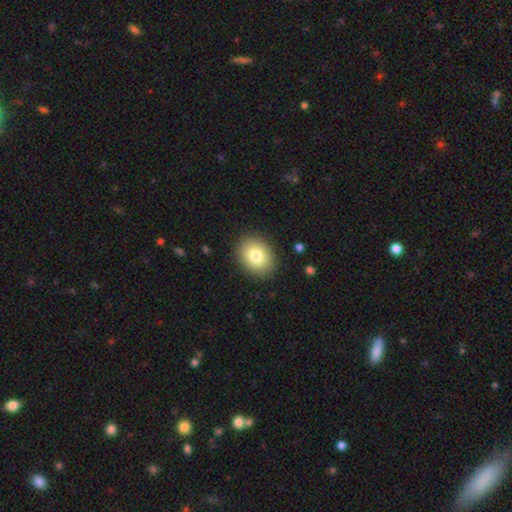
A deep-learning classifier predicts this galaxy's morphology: Smooth or featured? smooth (81%)
How rounded? in between (50%)
Merging? none (89%)